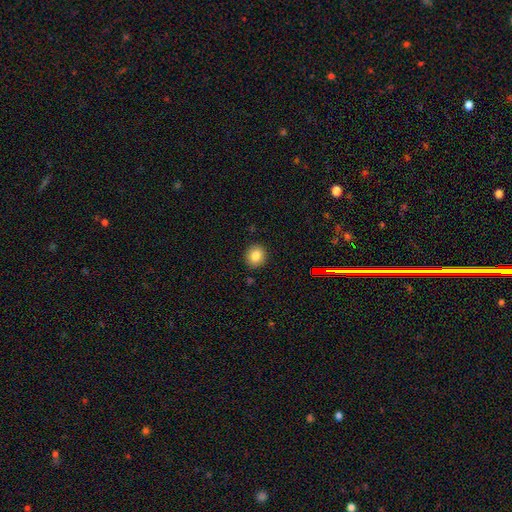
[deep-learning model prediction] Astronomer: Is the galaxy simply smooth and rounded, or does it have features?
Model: smooth — 83%.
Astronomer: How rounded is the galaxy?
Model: round — 80%.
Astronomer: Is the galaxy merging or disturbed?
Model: none — 90%.